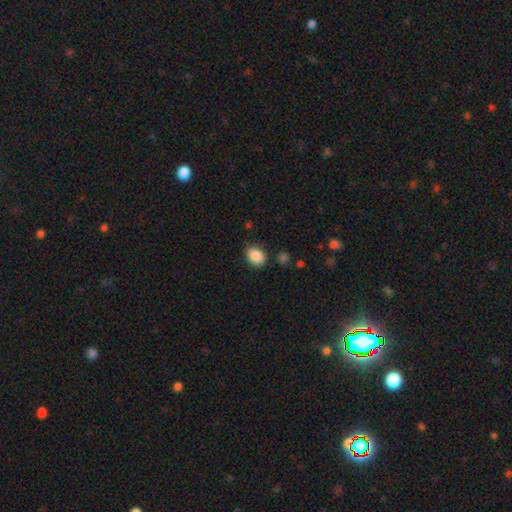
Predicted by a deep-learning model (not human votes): Q: Smooth or featured?
A: smooth (88%); runner-up: star or artifact (8%)
Q: How rounded?
A: in between (63%); runner-up: round (36%)
Q: Merging?
A: none (81%); runner-up: minor disturbance (13%)